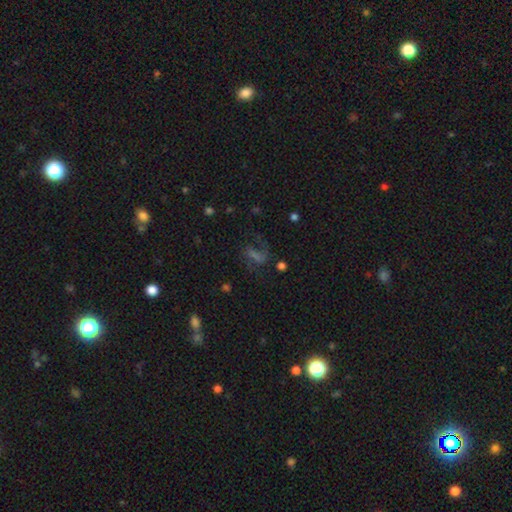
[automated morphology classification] Smooth or featured? Predicted: featured or disk (p=0.50). Edge-on disk? Predicted: no (p=0.94). Merging? Predicted: none (p=0.61).